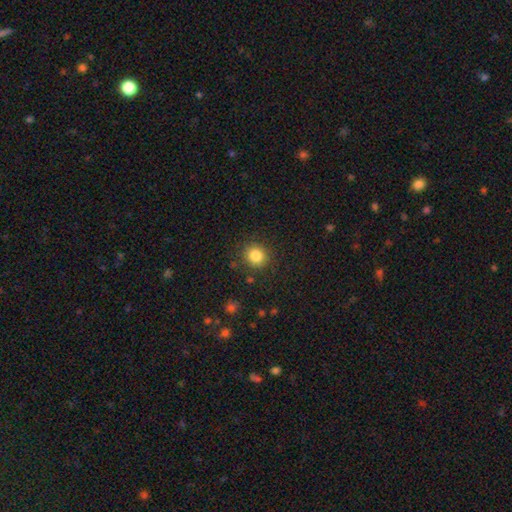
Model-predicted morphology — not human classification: A smooth galaxy with no disk features (84%) that is round (84%).

Vote fractions:
- Smooth or featured? smooth: 84% / star or artifact: 11% / featured or disk: 6%
- How rounded? round: 84% / in between: 15% / cigar-shaped: 1%
- Merging? none: 87% / minor disturbance: 8% / major disturbance: 3% / merger: 2%